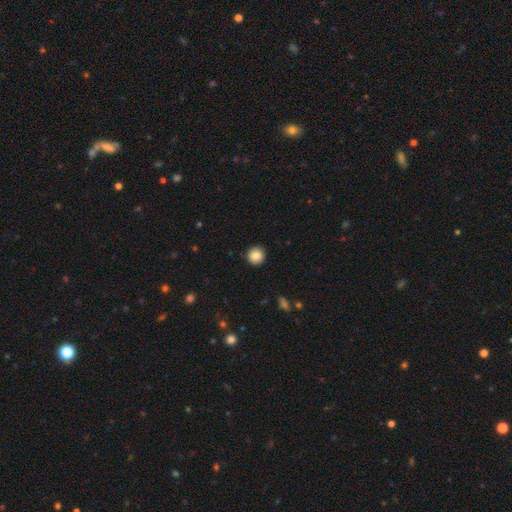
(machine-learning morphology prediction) A smooth galaxy with no disk features (85%) that is round (95%).

Vote fractions:
- Smooth or featured? smooth: 85% / star or artifact: 9% / featured or disk: 6%
- How rounded? round: 95% / in between: 4% / cigar-shaped: 1%
- Merging? none: 93% / minor disturbance: 5% / major disturbance: 1% / merger: 1%